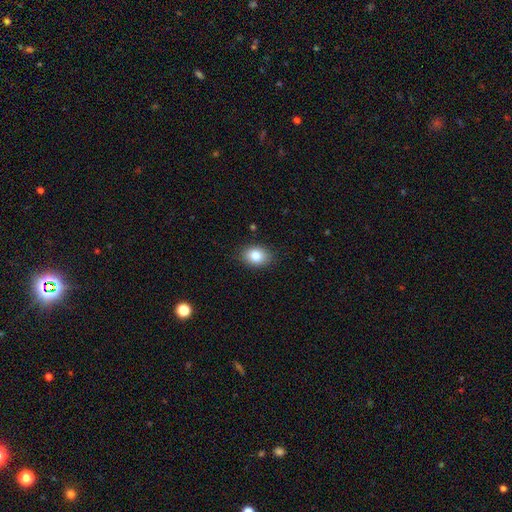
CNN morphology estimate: type=smooth (84%); roundness=in between (71%); merging=none (86%).